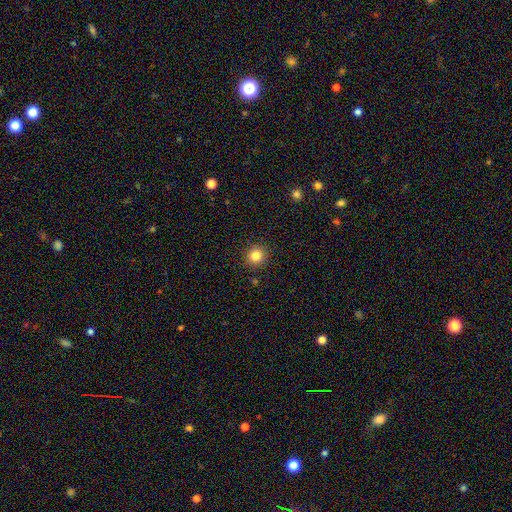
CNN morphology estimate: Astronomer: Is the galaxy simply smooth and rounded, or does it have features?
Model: smooth — 83%.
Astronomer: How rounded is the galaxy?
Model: round — 91%.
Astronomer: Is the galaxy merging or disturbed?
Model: none — 91%.